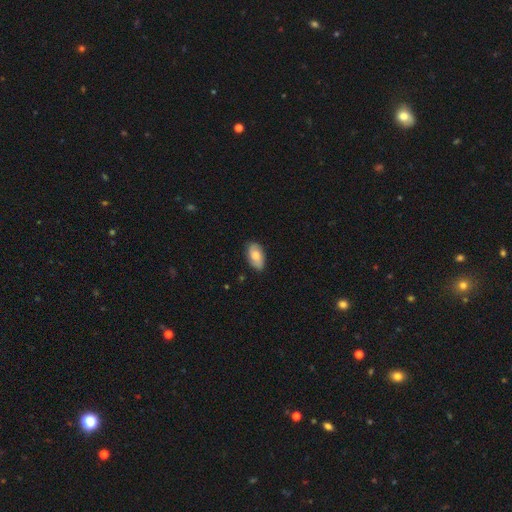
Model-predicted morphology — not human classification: A smooth galaxy with no disk features (65%) that is in between round and cigar-shaped (93%). Merging: none (81%).